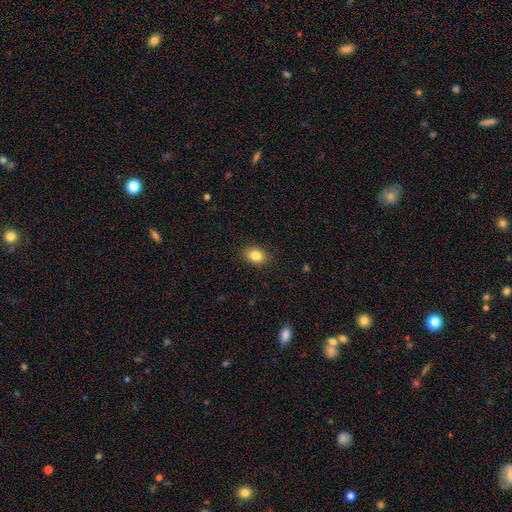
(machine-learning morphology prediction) Smooth or featured? smooth (84%)
How rounded? in between (66%)
Merging? none (89%)